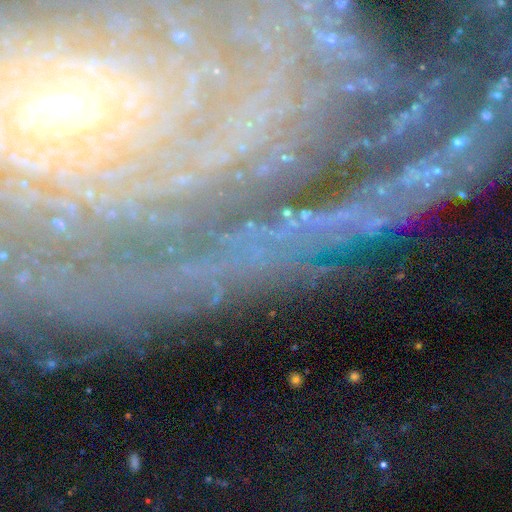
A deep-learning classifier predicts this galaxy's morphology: Smooth or featured? star or artifact (50%)